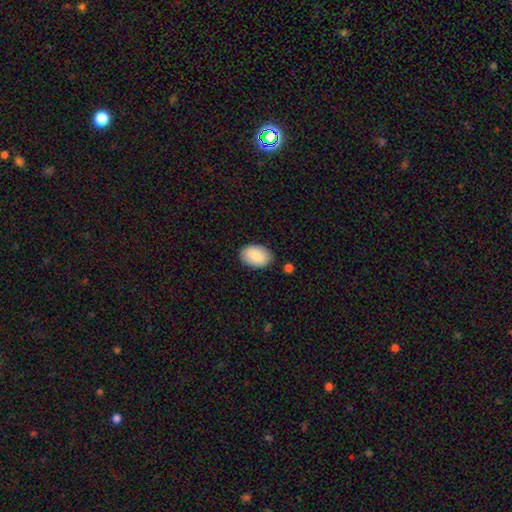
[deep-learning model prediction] This is clearly a smooth galaxy (88%). How rounded: clearly in between (90%). Merging: clearly none (85%).